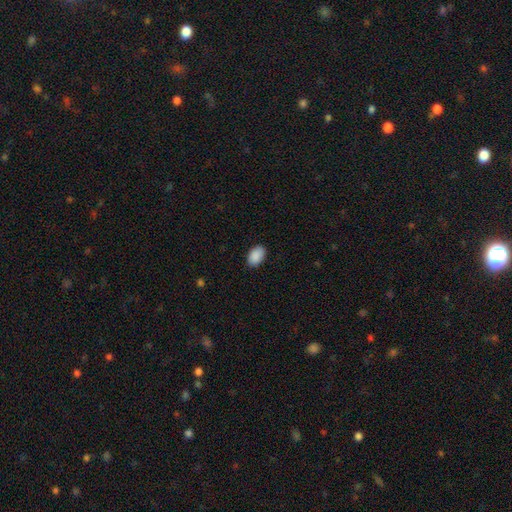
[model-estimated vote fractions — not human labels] smooth_or_featured: smooth (p=0.91) [alt: star or artifact p=0.07]
how_rounded: in between (p=0.90) [alt: round p=0.09]
merging: none (p=0.87) [alt: minor disturbance p=0.10]